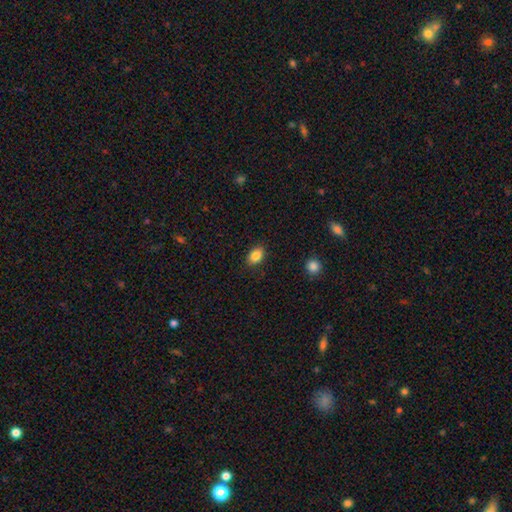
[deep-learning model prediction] Smooth or featured? Predicted: smooth (p=0.86). How rounded? Predicted: in between (p=0.84). Merging? Predicted: none (p=0.87).